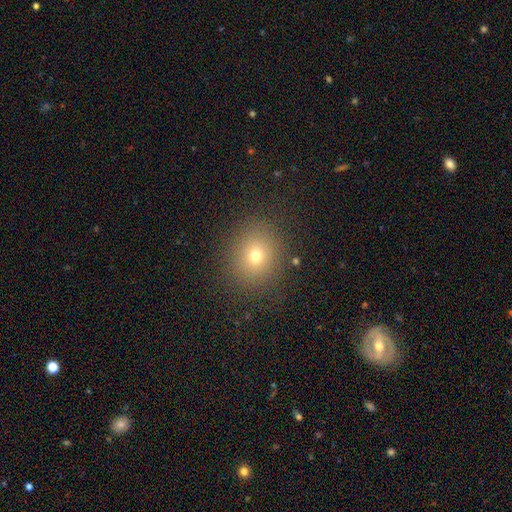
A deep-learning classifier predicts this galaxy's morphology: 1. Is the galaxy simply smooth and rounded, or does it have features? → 70% smooth, 18% star or artifact, 12% featured or disk.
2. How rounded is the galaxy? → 81% round, 18% in between, 1% cigar-shaped.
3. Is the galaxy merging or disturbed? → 87% none, 8% minor disturbance, 4% major disturbance, 1% merger.